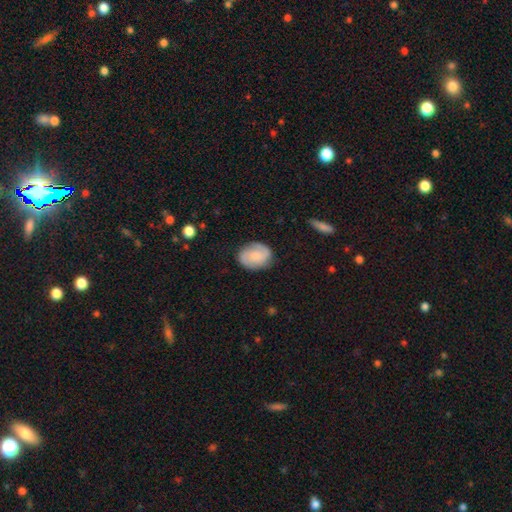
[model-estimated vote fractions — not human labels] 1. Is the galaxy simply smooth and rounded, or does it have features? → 49% featured or disk, 44% smooth, 7% star or artifact.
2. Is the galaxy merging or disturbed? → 81% none, 14% minor disturbance, 4% major disturbance, 1% merger.